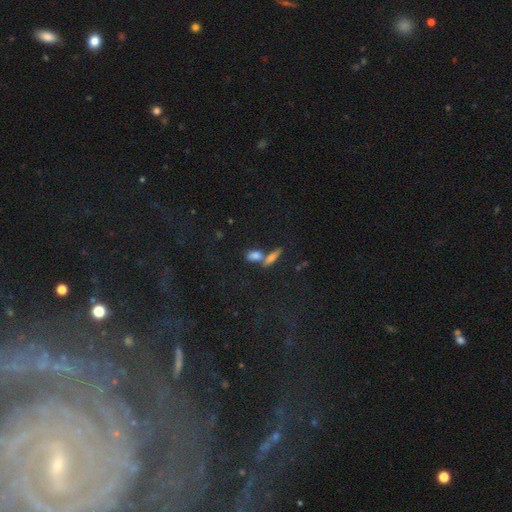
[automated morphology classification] This appears to be a smooth galaxy with no disk features (71%) that is in between round and cigar-shaped (70%). Merging: none (44%).